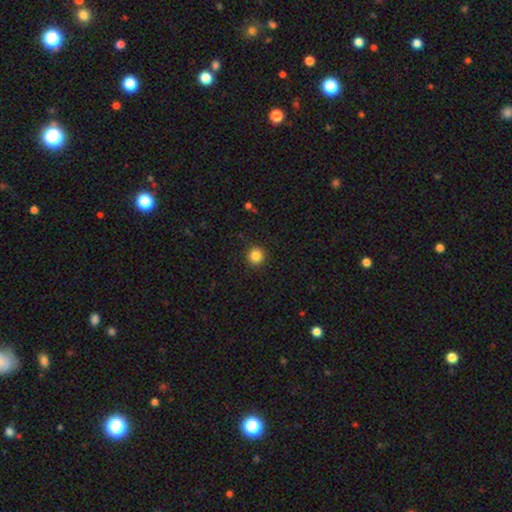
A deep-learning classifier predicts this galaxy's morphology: This is clearly a smooth galaxy (85%). How rounded: clearly round (95%). Merging: clearly none (92%).